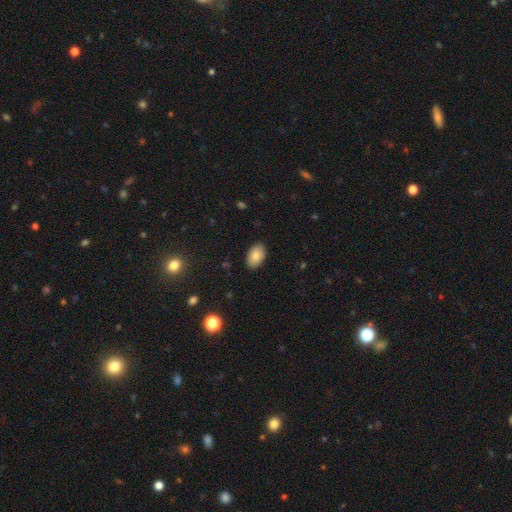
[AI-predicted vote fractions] smooth_or_featured: smooth (p=0.83) [alt: featured or disk p=0.10]
how_rounded: in between (p=0.92) [alt: round p=0.07]
merging: none (p=0.88) [alt: minor disturbance p=0.09]